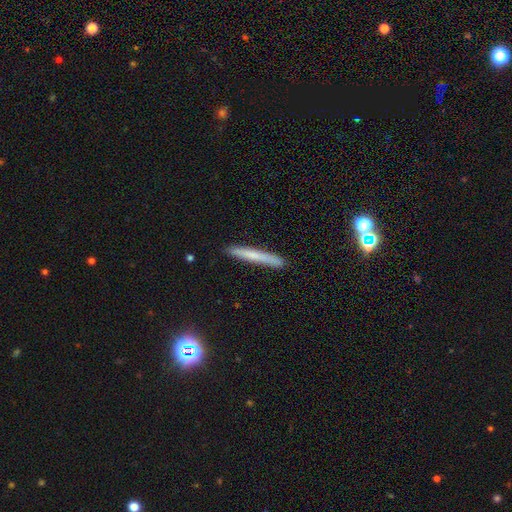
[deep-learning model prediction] Smooth or featured? smooth (65%)
How rounded? cigar-shaped (96%)
Merging? none (88%)